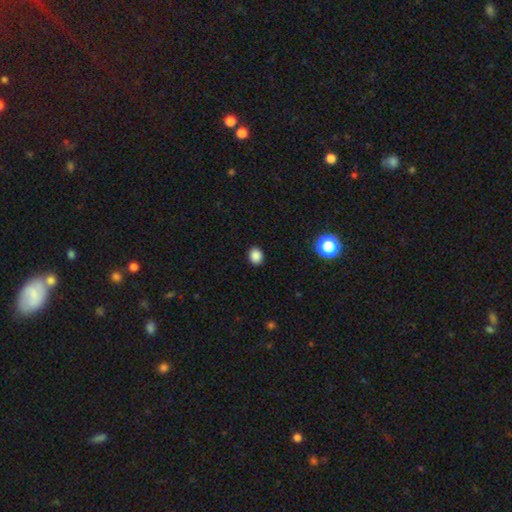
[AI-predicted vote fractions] Smooth or featured? smooth (86%)
How rounded? round (63%)
Merging? none (91%)